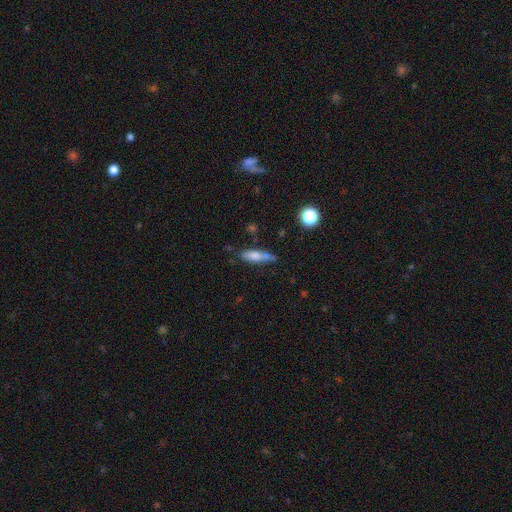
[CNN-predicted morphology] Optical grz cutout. It shows a smooth galaxy with no disk features (71%) that is cigar-shaped (58%). Merging: none (58%).